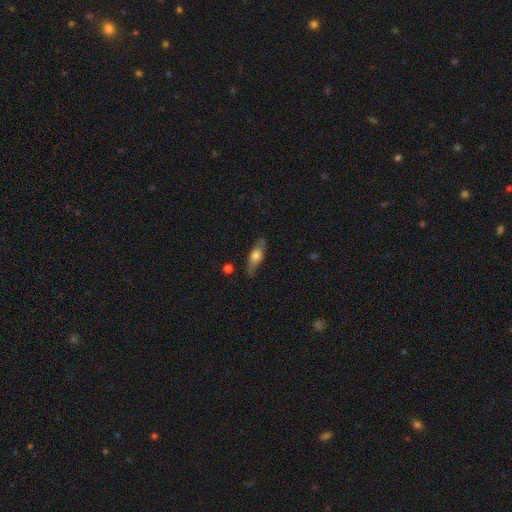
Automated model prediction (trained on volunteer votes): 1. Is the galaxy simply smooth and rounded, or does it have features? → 54% smooth, 39% featured or disk, 7% star or artifact.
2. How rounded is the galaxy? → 49% in between, 47% cigar-shaped, 4% round.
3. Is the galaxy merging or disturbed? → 78% none, 16% minor disturbance, 4% major disturbance, 2% merger.